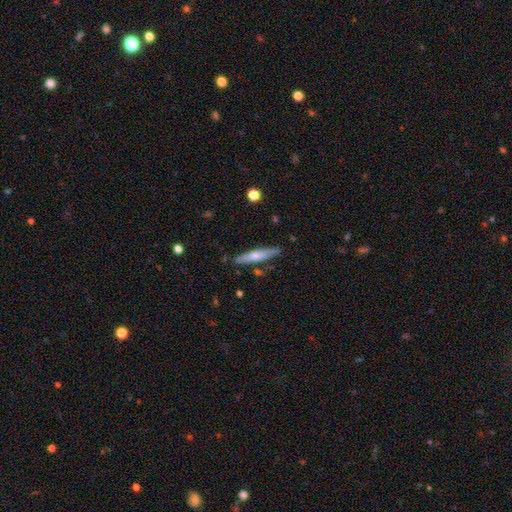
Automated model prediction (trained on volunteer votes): The model was most divided on "smooth or featured": smooth: 54%, featured or disk: 40%, star or artifact: 6%. More confident: how rounded — cigar-shaped (90%); merging — none (85%).